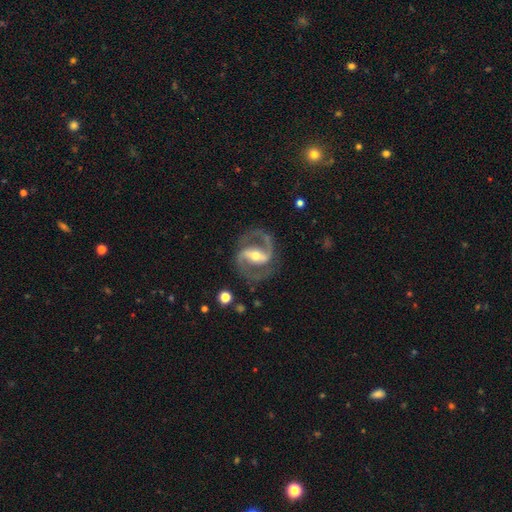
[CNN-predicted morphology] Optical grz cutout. It shows a featured or disk galaxy (91%) with a strong bar (62%), 2 (93%) medium (62%) spiral arms (97%) and a moderate central bulge (61%). Merging: none (80%).